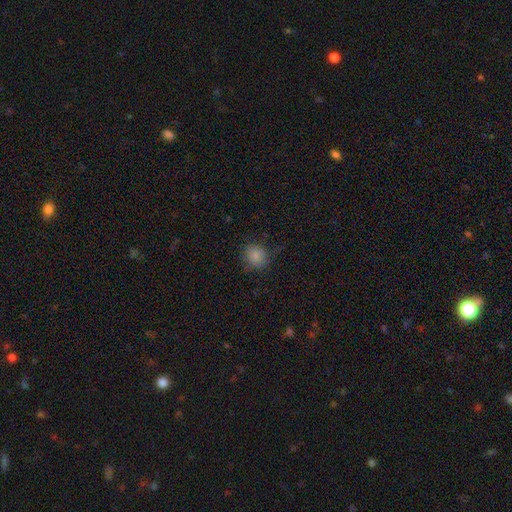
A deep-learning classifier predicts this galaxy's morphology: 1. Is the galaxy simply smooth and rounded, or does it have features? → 84% smooth, 11% star or artifact, 6% featured or disk.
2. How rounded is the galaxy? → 81% round, 18% in between, 1% cigar-shaped.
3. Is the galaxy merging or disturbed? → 74% none, 18% minor disturbance, 6% major disturbance, 1% merger.